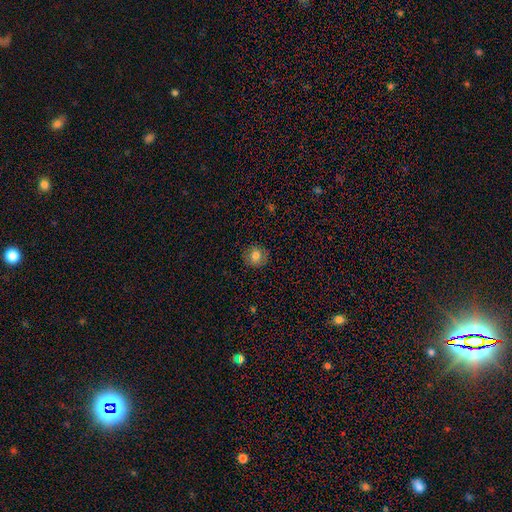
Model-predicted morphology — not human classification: Smooth or featured?
  - smooth: 78% *
  - star or artifact: 11%
  - featured or disk: 11%
How rounded?
  - round: 85% *
  - in between: 14%
  - cigar-shaped: 1%
Merging?
  - none: 86% *
  - minor disturbance: 10%
  - major disturbance: 3%
  - merger: 1%